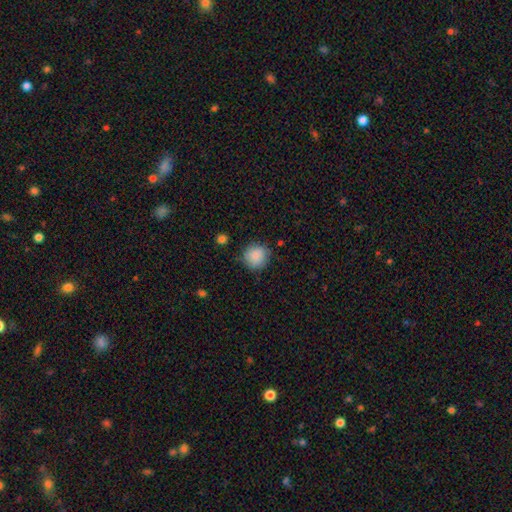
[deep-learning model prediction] This is clearly a smooth galaxy (88%). How rounded: clearly round (88%). Merging: likely none (80%).